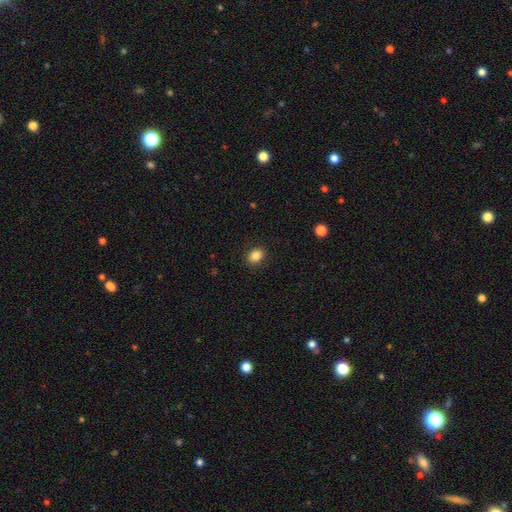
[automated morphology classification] smooth 85%, star or artifact 10%, featured or disk 5%. Down the decision tree: how rounded — in between (52%); merging — none (89%).